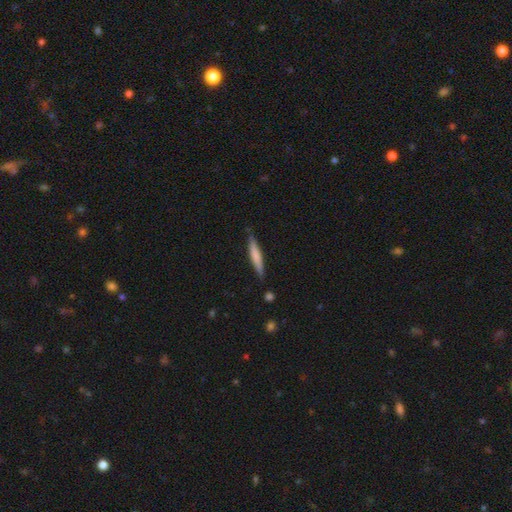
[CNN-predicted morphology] smooth 65%, featured or disk 29%, star or artifact 5%. Down the decision tree: how rounded — cigar-shaped (92%); merging — none (83%).